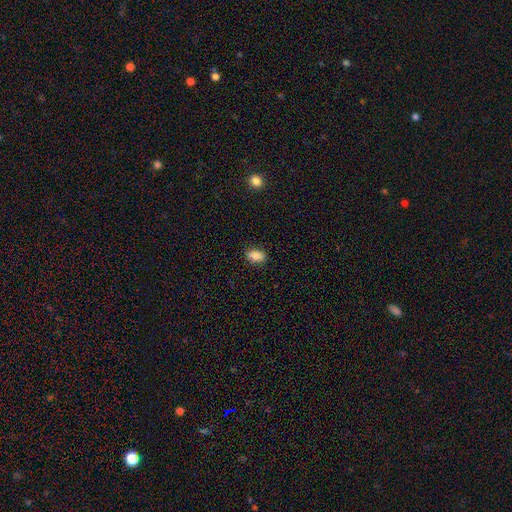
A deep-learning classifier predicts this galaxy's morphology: This is clearly a smooth galaxy (86%). How rounded: clearly in between (88%). Merging: clearly none (87%).